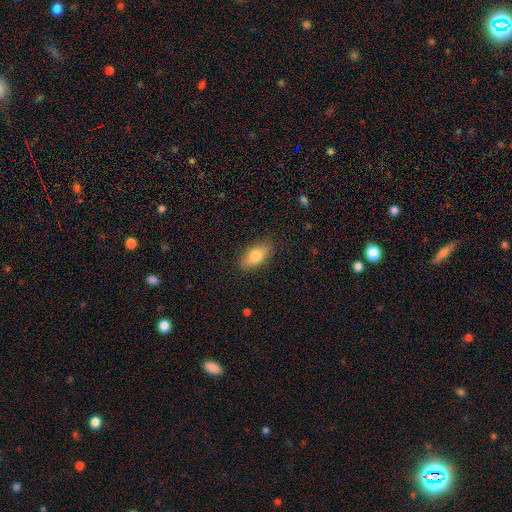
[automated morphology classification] Q: Smooth or featured?
A: smooth (71%); runner-up: featured or disk (22%)
Q: How rounded?
A: in between (81%); runner-up: cigar-shaped (14%)
Q: Merging?
A: none (86%); runner-up: minor disturbance (10%)